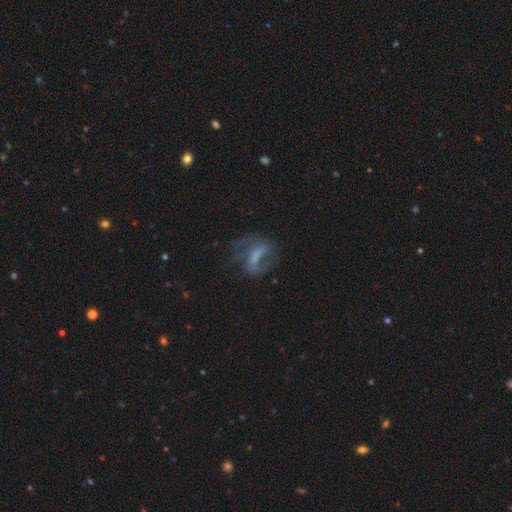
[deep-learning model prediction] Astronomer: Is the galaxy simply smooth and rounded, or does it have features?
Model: featured or disk — 58%.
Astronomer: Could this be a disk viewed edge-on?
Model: no — 93%.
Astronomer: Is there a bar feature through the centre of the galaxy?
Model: strong — 44% (runner-up: weak, 33%).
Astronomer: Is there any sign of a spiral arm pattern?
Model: yes — 64%.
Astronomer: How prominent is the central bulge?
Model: none — 46% (runner-up: moderate, 22%).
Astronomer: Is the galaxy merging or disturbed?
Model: none — 46% (runner-up: major disturbance, 31%).